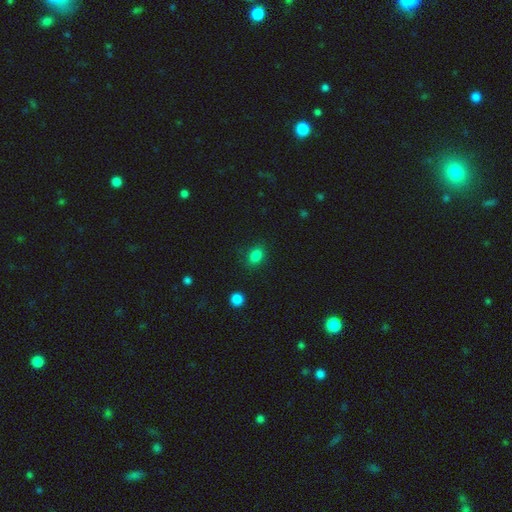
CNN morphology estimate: type=smooth (83%); roundness=in between (66%); merging=none (84%).